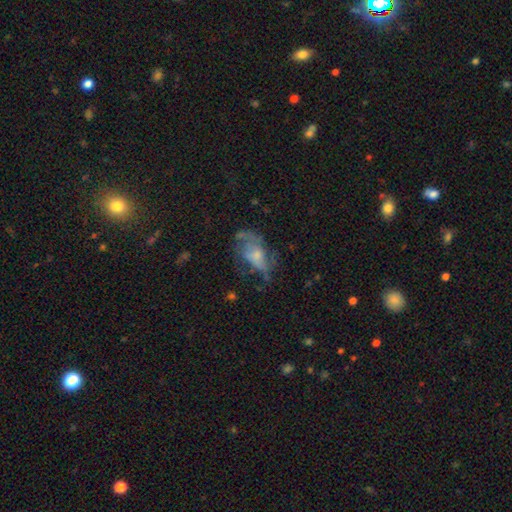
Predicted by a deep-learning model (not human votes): featured or disk 53%, smooth 37%, star or artifact 11%. Down the decision tree: edge-on disk — no (95%); merging — major disturbance (38%).